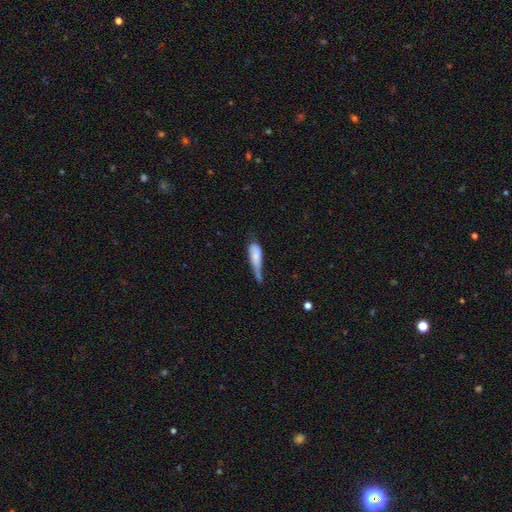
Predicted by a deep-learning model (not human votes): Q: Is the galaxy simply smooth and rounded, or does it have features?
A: smooth — 71%.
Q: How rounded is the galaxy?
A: in between — 52%.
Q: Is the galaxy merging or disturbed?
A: minor disturbance — 38%.